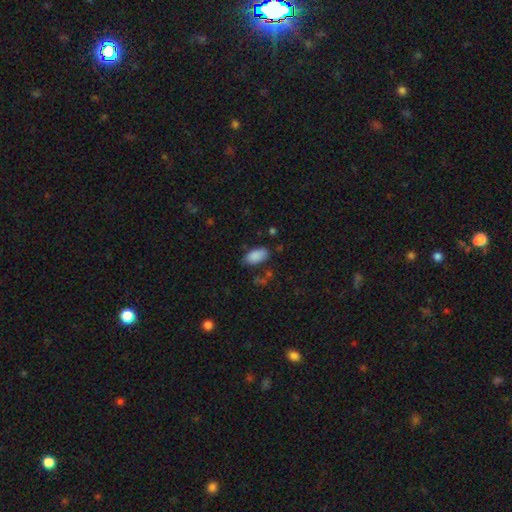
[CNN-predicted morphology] Smooth or featured?
  - smooth: 88% *
  - star or artifact: 7%
  - featured or disk: 5%
How rounded?
  - in between: 93% *
  - cigar-shaped: 5%
  - round: 2%
Merging?
  - none: 76% *
  - minor disturbance: 17%
  - major disturbance: 4%
  - merger: 3%